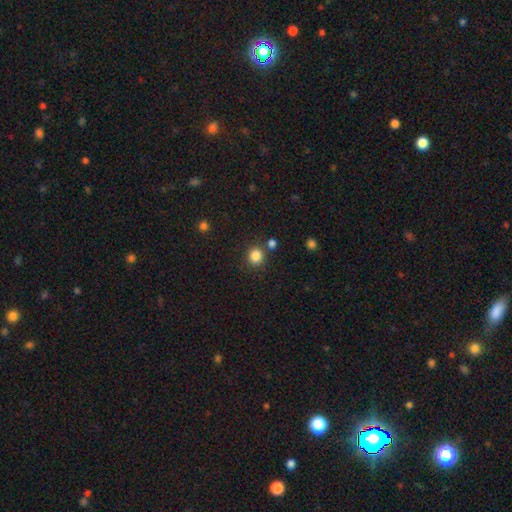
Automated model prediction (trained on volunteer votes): Morphology: type=smooth (84%); roundness=round (87%); merging=none (82%).